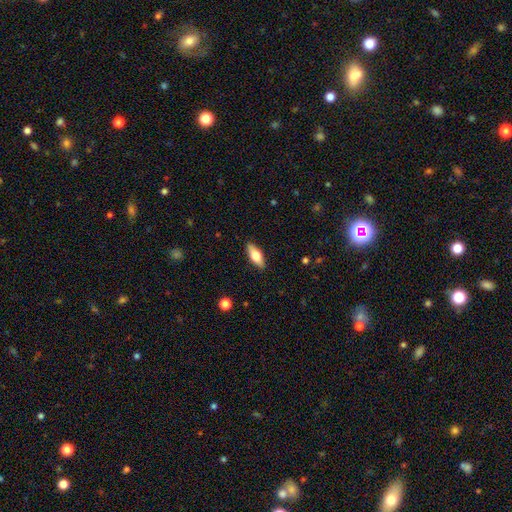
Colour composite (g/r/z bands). It shows a smooth galaxy with no disk features (62%) that is in between round and cigar-shaped (71%). Merging: none (87%).